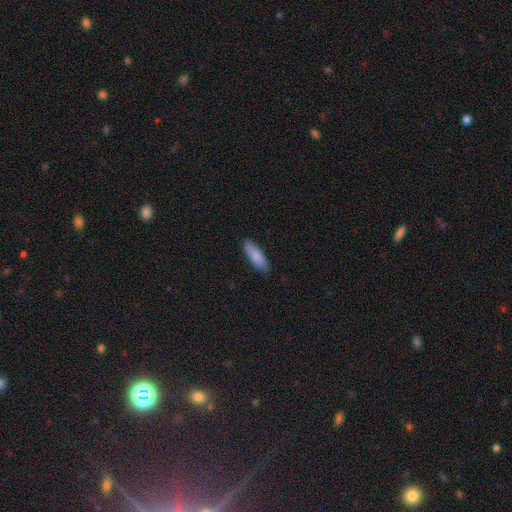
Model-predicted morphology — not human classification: Q: Smooth or featured?
A: smooth (83%); runner-up: featured or disk (11%)
Q: How rounded?
A: in between (51%); runner-up: cigar-shaped (47%)
Q: Merging?
A: none (85%); runner-up: minor disturbance (12%)